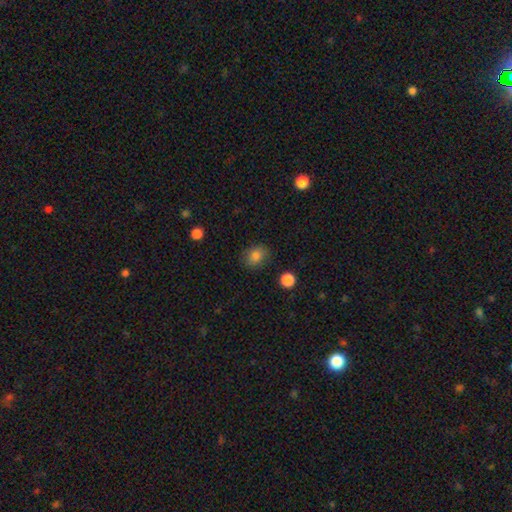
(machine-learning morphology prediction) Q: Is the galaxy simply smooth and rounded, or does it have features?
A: smooth — 83%.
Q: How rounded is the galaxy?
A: in between — 54%.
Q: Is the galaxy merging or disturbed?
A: none — 84%.